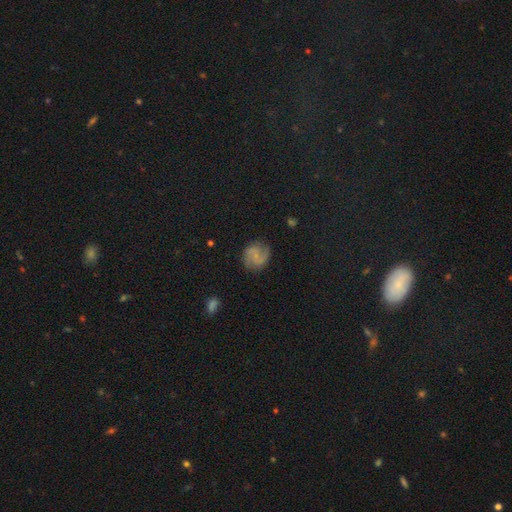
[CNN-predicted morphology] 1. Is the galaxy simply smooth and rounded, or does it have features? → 62% featured or disk, 30% smooth, 8% star or artifact.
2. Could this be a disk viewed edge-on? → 98% no, 2% yes.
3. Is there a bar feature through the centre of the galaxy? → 55% no, 38% weak, 7% strong.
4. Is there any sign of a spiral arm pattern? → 92% yes, 8% no.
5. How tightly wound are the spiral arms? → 50% medium, 26% loose, 24% tight.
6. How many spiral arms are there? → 86% 2, 7% can't tell, 2% 3, 2% 1, 1% 4, 1% more than 4.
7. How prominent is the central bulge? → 55% small, 29% none, 14% moderate, 1% large, 1% dominant.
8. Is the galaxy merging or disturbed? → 77% none, 16% minor disturbance, 5% major disturbance, 2% merger.